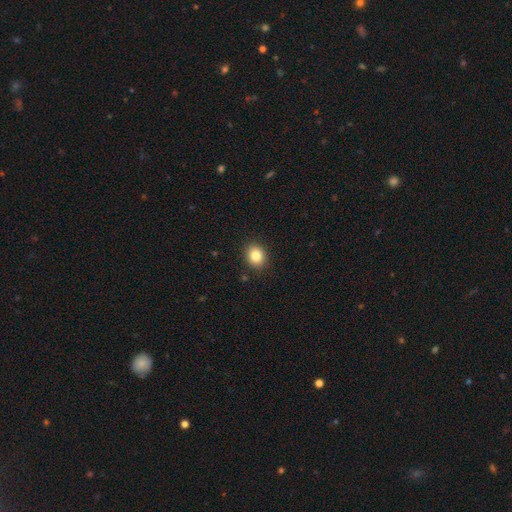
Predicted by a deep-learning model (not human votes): Smooth or featured? smooth (83%)
How rounded? round (62%)
Merging? none (90%)